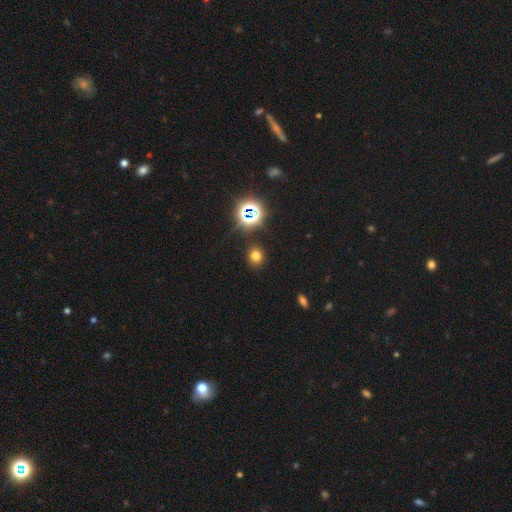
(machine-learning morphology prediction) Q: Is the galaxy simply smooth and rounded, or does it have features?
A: smooth — 70%.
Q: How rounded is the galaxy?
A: round — 78%.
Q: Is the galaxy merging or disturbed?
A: none — 87%.